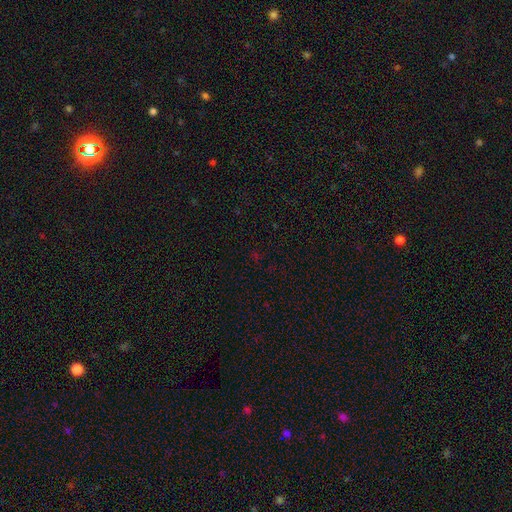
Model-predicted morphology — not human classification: Smooth or featured?
  - star or artifact: 69% *
  - smooth: 24%
  - featured or disk: 7%